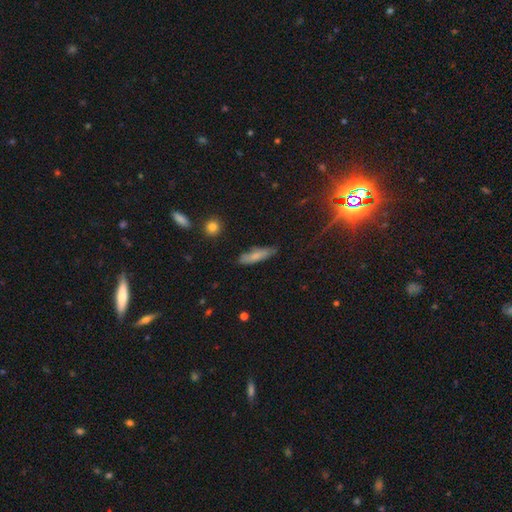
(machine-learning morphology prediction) This appears to be a smooth galaxy with no disk features (73%) that is cigar-shaped (65%). Merging: none (74%).